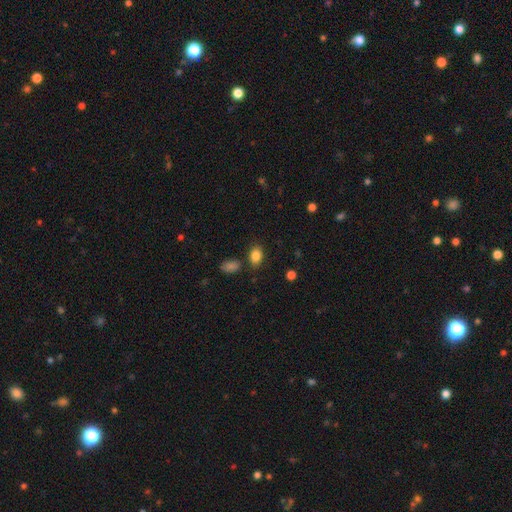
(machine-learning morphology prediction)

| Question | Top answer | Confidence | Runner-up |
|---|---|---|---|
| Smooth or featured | smooth | 86% | star or artifact (10%) |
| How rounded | in between | 79% | round (19%) |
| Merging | none | 79% | minor disturbance (12%) |